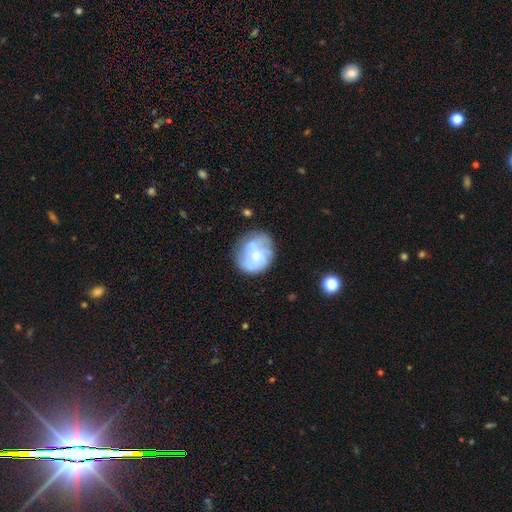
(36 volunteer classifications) smooth_or_featured: featured or disk (p=0.58) [alt: smooth p=0.39]
disk_edge_on: no (p=0.95) [alt: yes p=0.05]
bar: no (p=0.85) [alt: weak p=0.15]
has_spiral_arms: no (p=0.55) [alt: yes p=0.45]
bulge_size: small (p=0.55) [alt: moderate p=0.25]
merging: none (p=0.51) [alt: minor disturbance p=0.23]